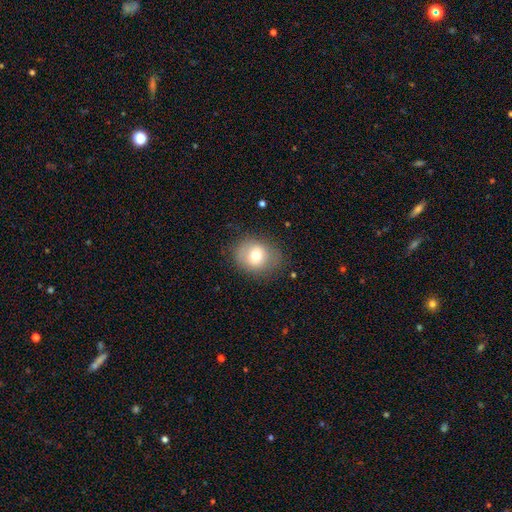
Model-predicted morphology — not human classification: Smooth or featured?
  - smooth: 70% *
  - featured or disk: 20%
  - star or artifact: 10%
How rounded?
  - round: 66% *
  - in between: 33%
  - cigar-shaped: 1%
Merging?
  - none: 75% *
  - minor disturbance: 17%
  - major disturbance: 7%
  - merger: 1%